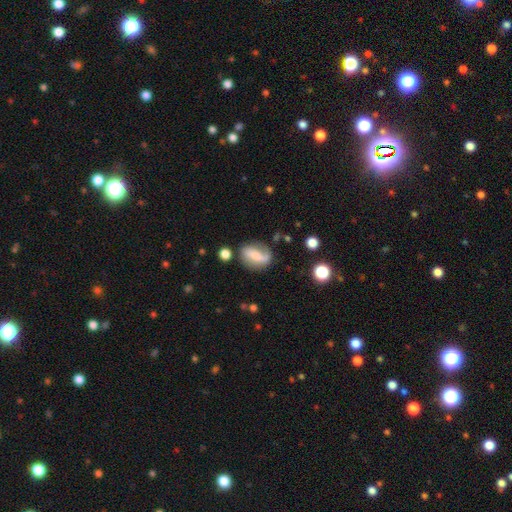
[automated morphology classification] The model was most divided on "smooth or featured": featured or disk: 48%, smooth: 43%, star or artifact: 9%. More confident: merging — none (62%).